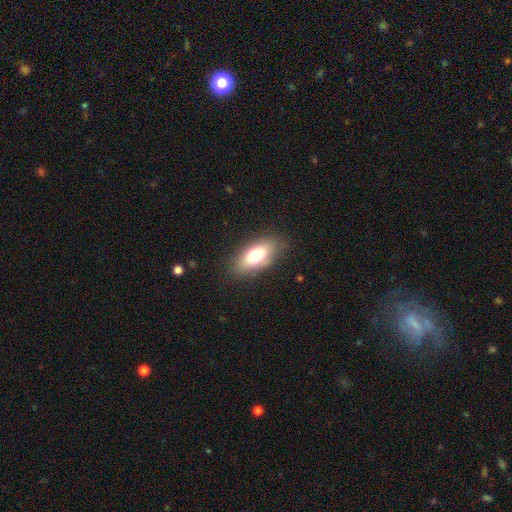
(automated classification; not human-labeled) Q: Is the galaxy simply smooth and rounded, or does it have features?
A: smooth — 73%.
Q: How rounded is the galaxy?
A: in between — 82%.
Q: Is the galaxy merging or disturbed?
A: none — 82%.